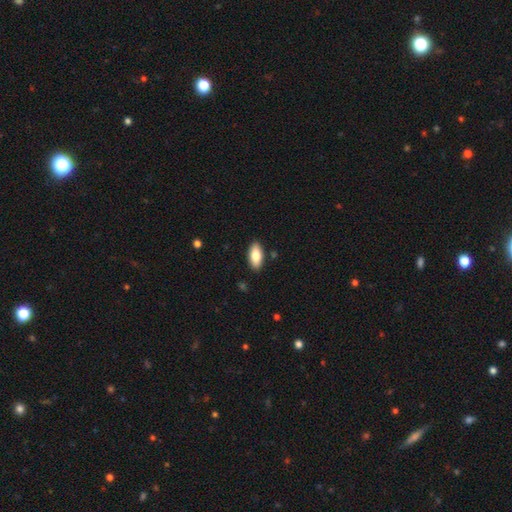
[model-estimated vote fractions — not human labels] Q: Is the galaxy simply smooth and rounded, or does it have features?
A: smooth — 81%.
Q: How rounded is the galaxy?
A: in between — 89%.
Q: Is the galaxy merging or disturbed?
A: none — 88%.